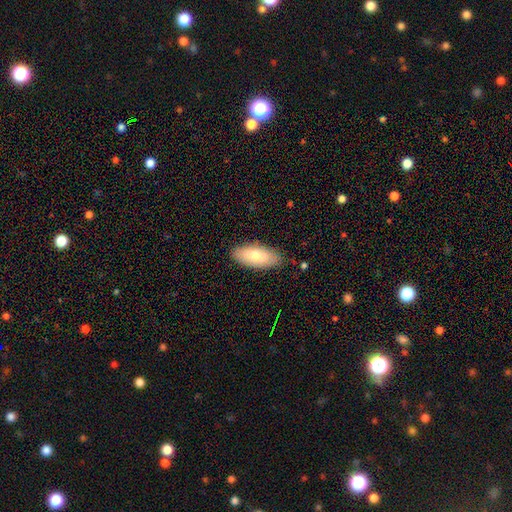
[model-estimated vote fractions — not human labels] Smooth or featured?
  - smooth: 78% *
  - featured or disk: 16%
  - star or artifact: 6%
How rounded?
  - in between: 83% *
  - cigar-shaped: 15%
  - round: 2%
Merging?
  - none: 85% *
  - minor disturbance: 11%
  - major disturbance: 2%
  - merger: 1%